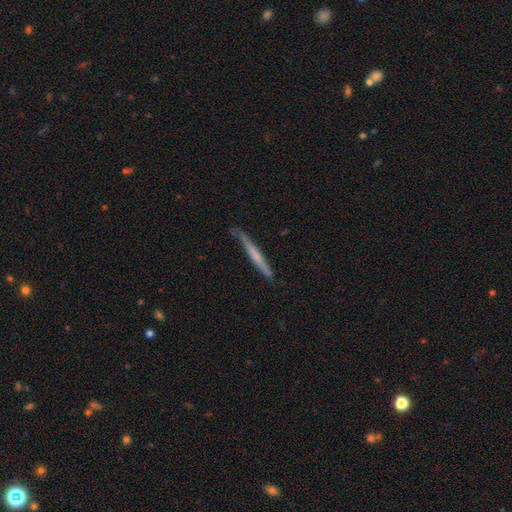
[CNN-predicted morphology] type=featured or disk (48%); merging=none (77%).